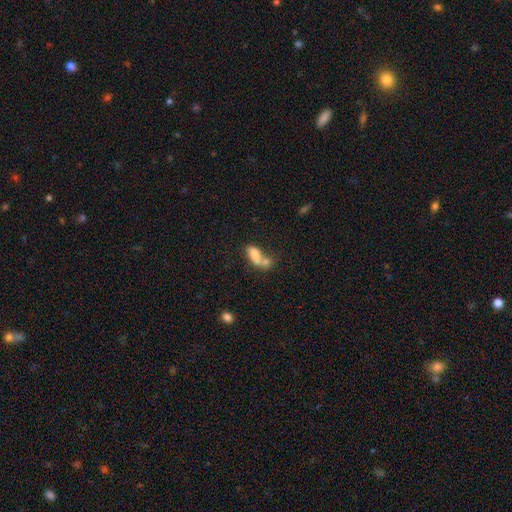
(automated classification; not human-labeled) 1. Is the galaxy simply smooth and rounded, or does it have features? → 75% smooth, 15% featured or disk, 10% star or artifact.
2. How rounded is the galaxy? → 80% in between, 14% cigar-shaped, 6% round.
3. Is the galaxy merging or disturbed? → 56% merger, 23% none, 11% minor disturbance, 10% major disturbance.